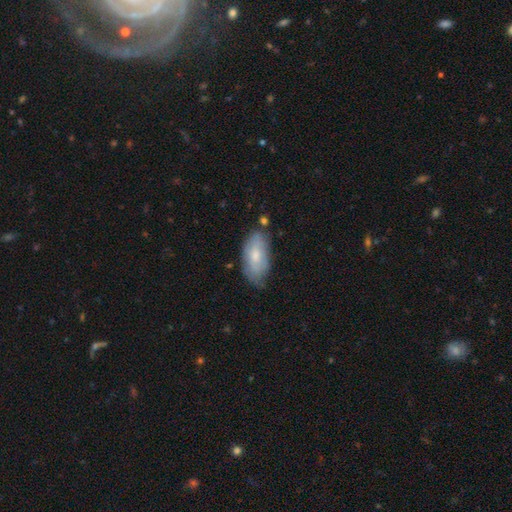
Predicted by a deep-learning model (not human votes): smooth-or-featured: smooth: 67% | featured or disk: 27% | star or artifact: 6%
  how-rounded: in between: 93% | cigar-shaped: 5% | round: 3%
  merging: none: 64% | minor disturbance: 26% | major disturbance: 6% | merger: 4%